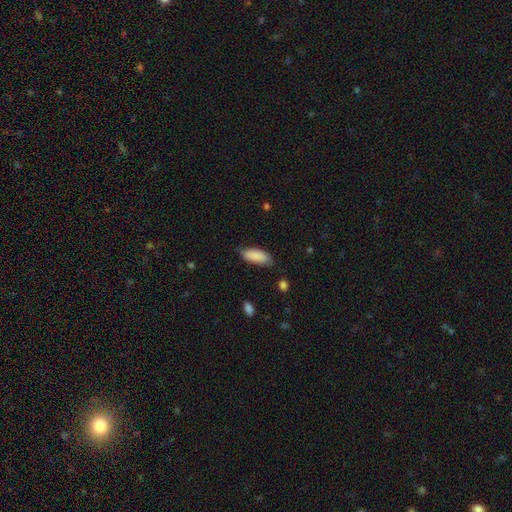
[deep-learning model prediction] Smooth or featured?
  - smooth: 88% *
  - star or artifact: 6%
  - featured or disk: 6%
How rounded?
  - in between: 80% *
  - cigar-shaped: 19%
  - round: 2%
Merging?
  - none: 76% *
  - minor disturbance: 19%
  - major disturbance: 3%
  - merger: 2%